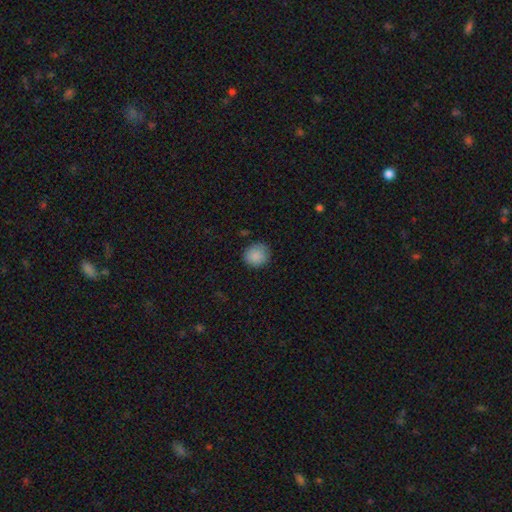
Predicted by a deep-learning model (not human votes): Smooth or featured? smooth (88%)
How rounded? round (87%)
Merging? none (83%)